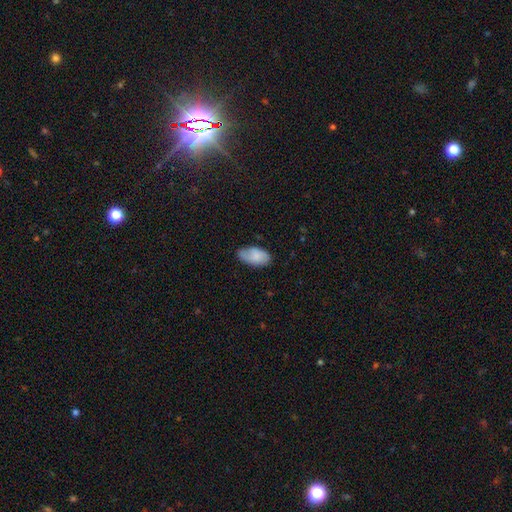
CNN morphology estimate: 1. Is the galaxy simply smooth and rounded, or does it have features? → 78% smooth, 15% featured or disk, 7% star or artifact.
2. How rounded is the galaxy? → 94% in between, 3% round, 3% cigar-shaped.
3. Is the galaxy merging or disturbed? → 67% none, 26% minor disturbance, 5% major disturbance, 2% merger.